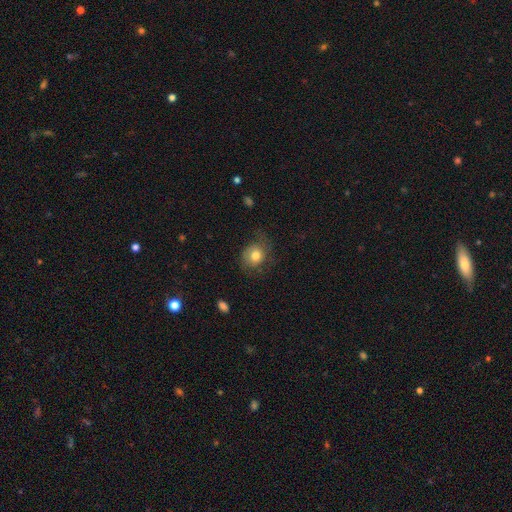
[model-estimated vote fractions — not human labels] The model was most divided on "merging": none: 61%, minor disturbance: 24%, major disturbance: 14%, merger: 1%. More confident: smooth or featured — smooth (75%); how rounded — round (70%).